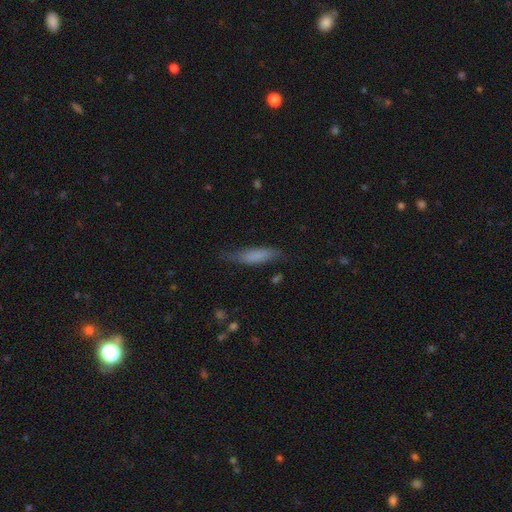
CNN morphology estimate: Overall: smooth (73%). How rounded: cigar-shaped (70%). Merging: none (64%; minor disturbance 26%).